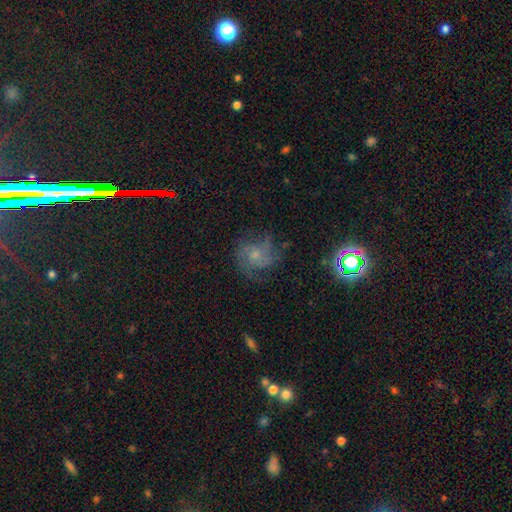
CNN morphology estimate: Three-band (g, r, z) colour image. It shows a featured or disk galaxy (58%) with no bar (80%), spiral arms (85%) and a small central bulge (57%). Merging: none (62%).